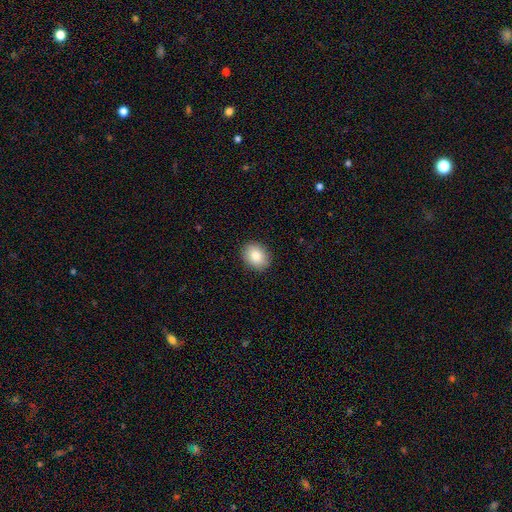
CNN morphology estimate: smooth-or-featured: smooth: 85% | star or artifact: 8% | featured or disk: 7%
  how-rounded: in between: 57% | round: 42% | cigar-shaped: 1%
  merging: none: 90% | minor disturbance: 7% | major disturbance: 2% | merger: 1%